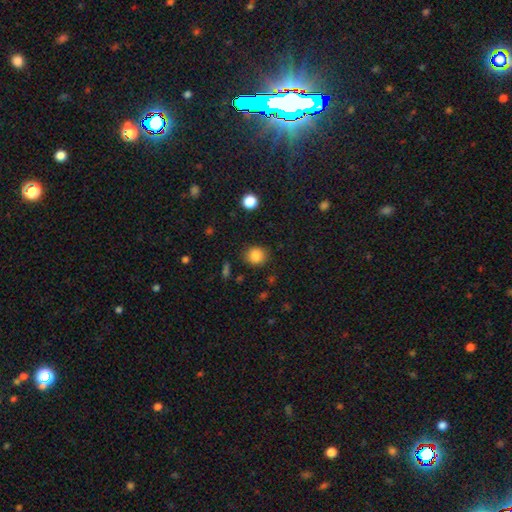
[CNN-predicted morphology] Smooth or featured: smooth — 86% (star or artifact — 10%)
How rounded: round — 82% (in between — 17%)
Merging: none — 85% (minor disturbance — 10%)